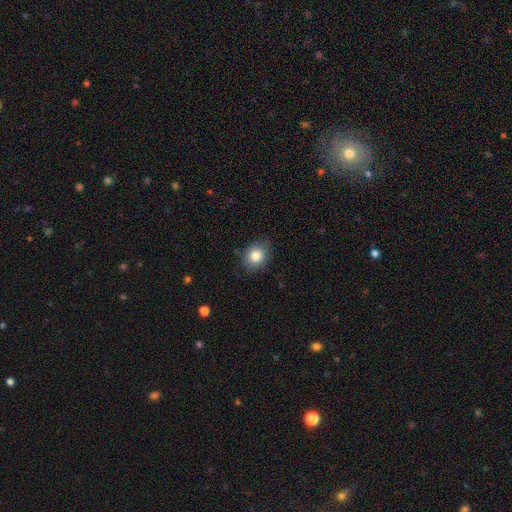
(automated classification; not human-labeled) A smooth galaxy with no disk features (83%) that is round (57%). Merging: none (83%).